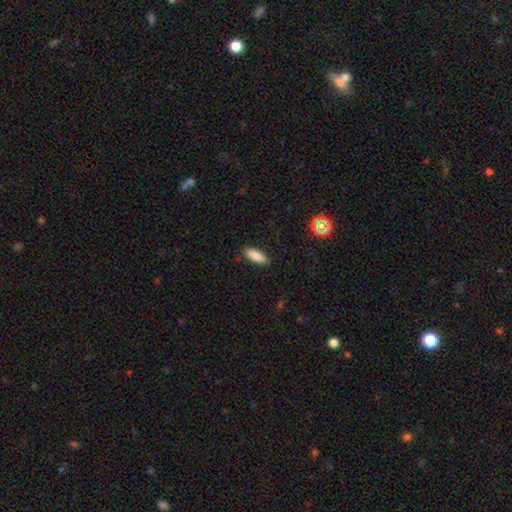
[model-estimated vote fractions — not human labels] The model was most divided on "how rounded": in between: 70%, cigar-shaped: 29%, round: 2%. More confident: merging — none (88%); smooth or featured — smooth (85%).